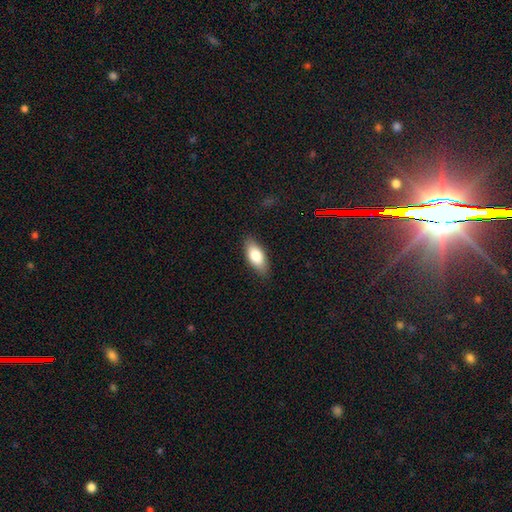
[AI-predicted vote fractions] A smooth galaxy with no disk features (80%) that is in between round and cigar-shaped (84%).

Vote fractions:
- Smooth or featured? smooth: 80% / featured or disk: 14% / star or artifact: 6%
- How rounded? in between: 84% / cigar-shaped: 13% / round: 2%
- Merging? none: 86% / minor disturbance: 11% / major disturbance: 2% / merger: 1%